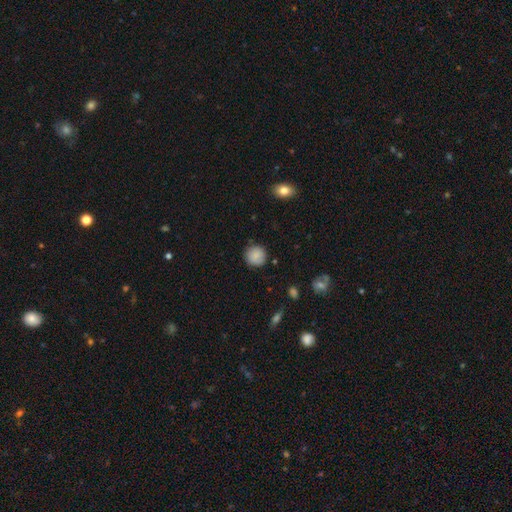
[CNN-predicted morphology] A smooth galaxy with no disk features (86%) that is round (90%). Merging: none (83%).